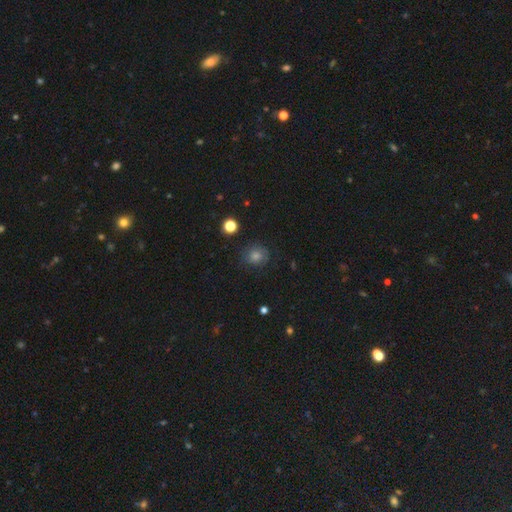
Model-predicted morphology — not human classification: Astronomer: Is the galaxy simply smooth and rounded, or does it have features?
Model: smooth — 68%.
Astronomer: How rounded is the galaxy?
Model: round — 83%.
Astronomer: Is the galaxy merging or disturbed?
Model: none — 84%.